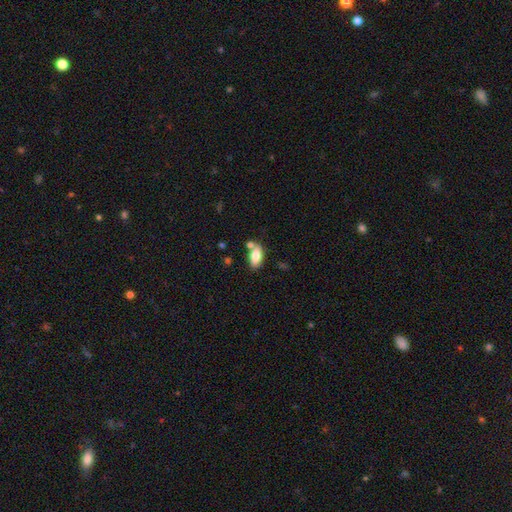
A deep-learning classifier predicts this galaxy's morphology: smooth-or-featured: smooth: 79% | featured or disk: 14% | star or artifact: 7%
  how-rounded: in between: 89% | cigar-shaped: 8% | round: 4%
  merging: none: 63% | merger: 18% | minor disturbance: 15% | major disturbance: 4%